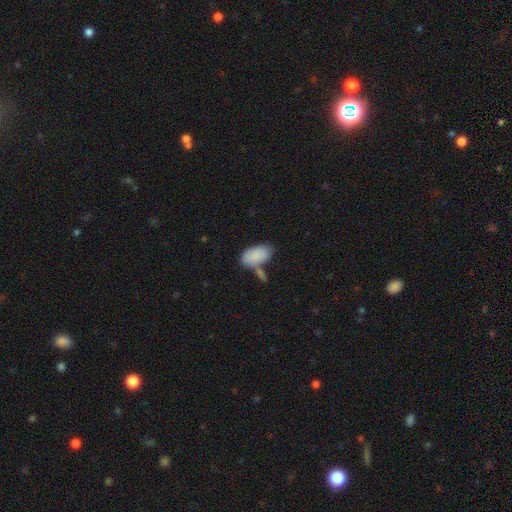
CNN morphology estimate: A smooth galaxy with no disk features (85%) that is in between round and cigar-shaped (95%). Merging: none (50%).